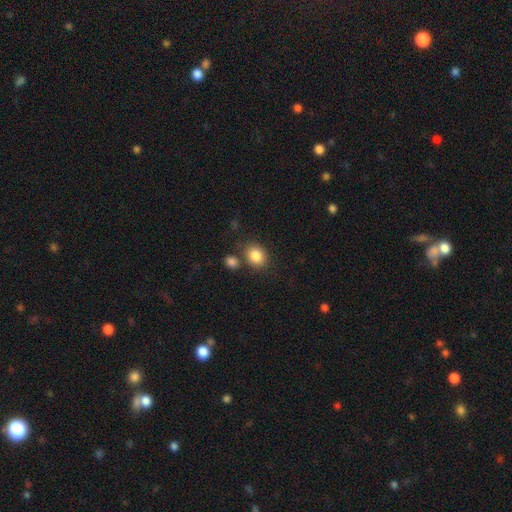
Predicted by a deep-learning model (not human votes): The model was most divided on "how rounded": round: 57%, in between: 43%, cigar-shaped: 1%. More confident: smooth or featured — smooth (85%); merging — none (71%).